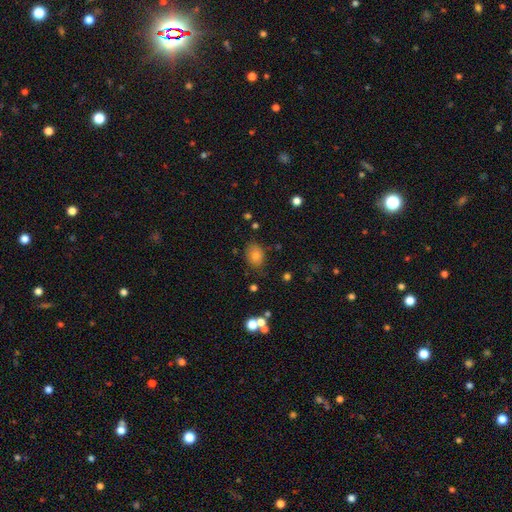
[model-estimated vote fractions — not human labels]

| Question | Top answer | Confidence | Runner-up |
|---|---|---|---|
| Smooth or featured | smooth | 79% | star or artifact (12%) |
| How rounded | in between | 67% | round (32%) |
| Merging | none | 75% | minor disturbance (18%) |